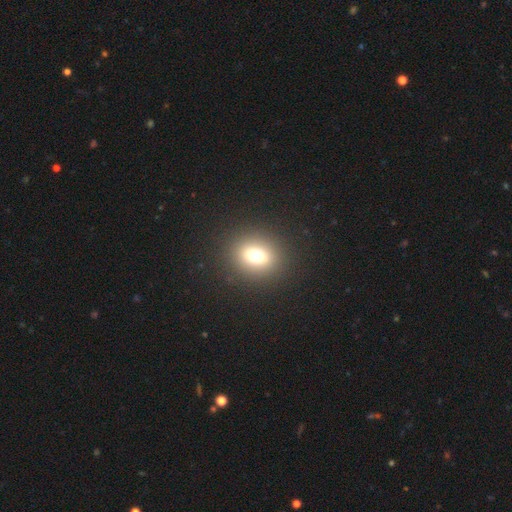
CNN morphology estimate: type=smooth (71%); roundness=round (68%); merging=none (89%).